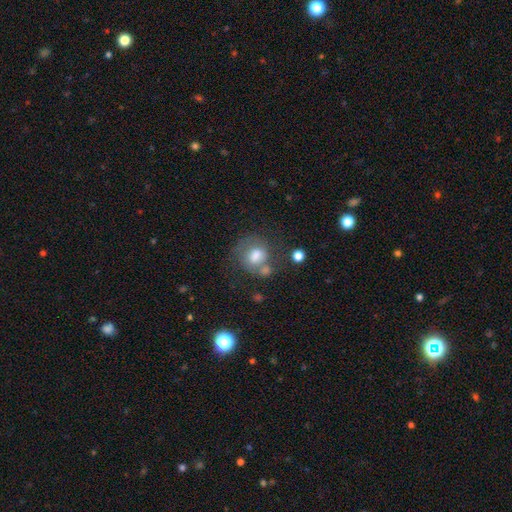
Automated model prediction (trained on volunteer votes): Morphology: type=smooth (63%); roundness=round (67%); merging=none (44%).